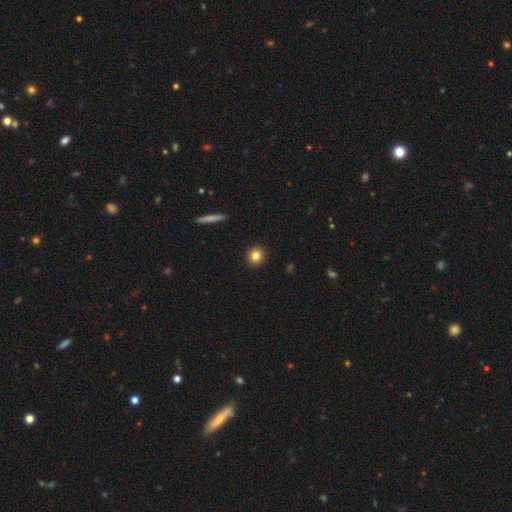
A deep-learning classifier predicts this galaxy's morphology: Smooth or featured? smooth (82%)
How rounded? round (90%)
Merging? none (93%)